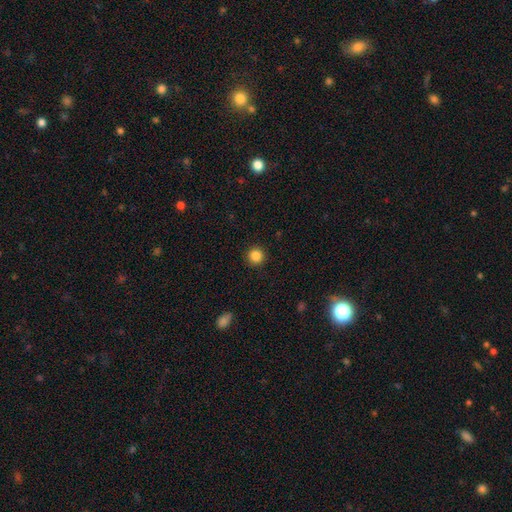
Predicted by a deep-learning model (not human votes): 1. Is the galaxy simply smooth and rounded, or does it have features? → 85% smooth, 11% star or artifact, 4% featured or disk.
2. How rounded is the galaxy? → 95% round, 4% in between, 1% cigar-shaped.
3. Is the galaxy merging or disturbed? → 92% none, 5% minor disturbance, 2% major disturbance, 1% merger.